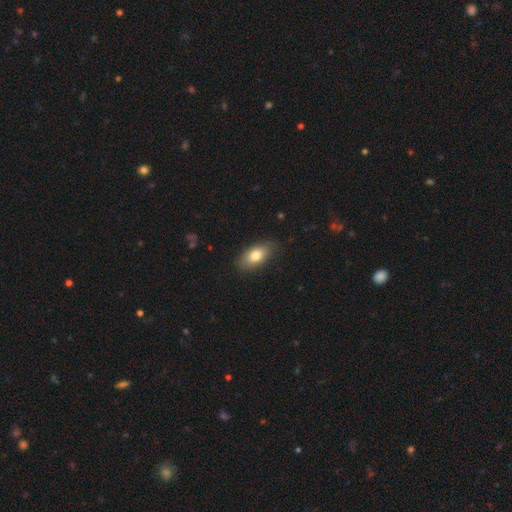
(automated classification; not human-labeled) A smooth galaxy with no disk features (78%) that is in between round and cigar-shaped (89%). Merging: none (82%).